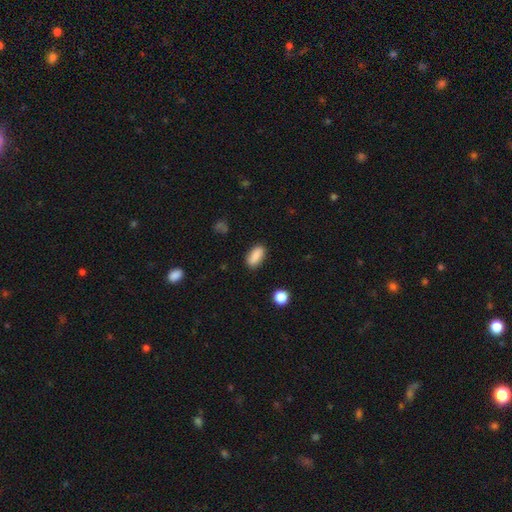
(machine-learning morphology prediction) type=smooth (86%); roundness=in between (84%); merging=none (84%).